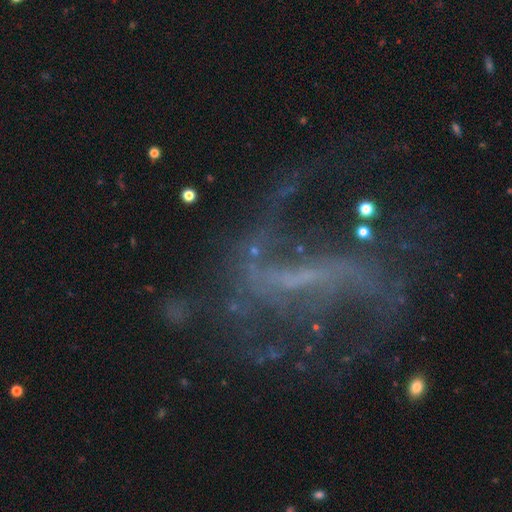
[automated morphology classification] smooth-or-featured: featured or disk: 83% | star or artifact: 12% | smooth: 6%
  disk-edge-on: no: 96% | yes: 4%
    bar: strong: 48% | weak: 35% | no: 16%
    has-spiral-arms: yes: 88% | no: 12%
      spiral-winding: loose: 71% | medium: 22% | tight: 6%
      spiral-arm-count: 2: 71% | can't tell: 10% | 1: 6% | 3: 5% | 4: 4% | more than 4: 3%
    bulge-size: none: 53% | small: 34% | moderate: 10% | large: 2% | dominant: 1%
  merging: none: 50% | major disturbance: 29% | minor disturbance: 16% | merger: 5%